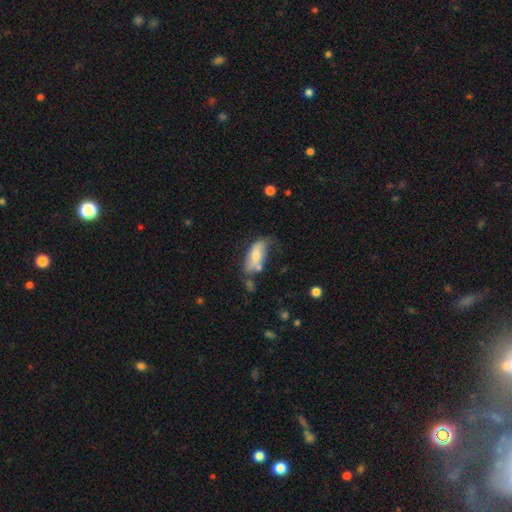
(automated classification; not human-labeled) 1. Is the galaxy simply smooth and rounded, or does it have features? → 59% smooth, 34% featured or disk, 7% star or artifact.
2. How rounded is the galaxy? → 82% in between, 15% cigar-shaped, 3% round.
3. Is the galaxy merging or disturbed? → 44% none, 32% minor disturbance, 13% major disturbance, 11% merger.